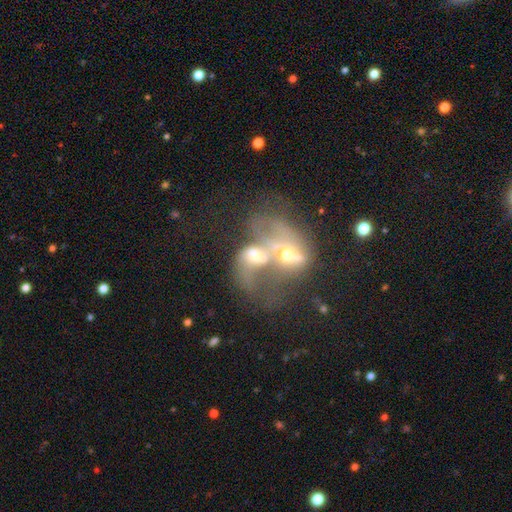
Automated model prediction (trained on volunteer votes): Morphology: type=featured or disk (58%); edge-on=no (95%); bar=no (68%); spiral arms=no (57%); bulge=moderate (54%); merging=merger (75%).